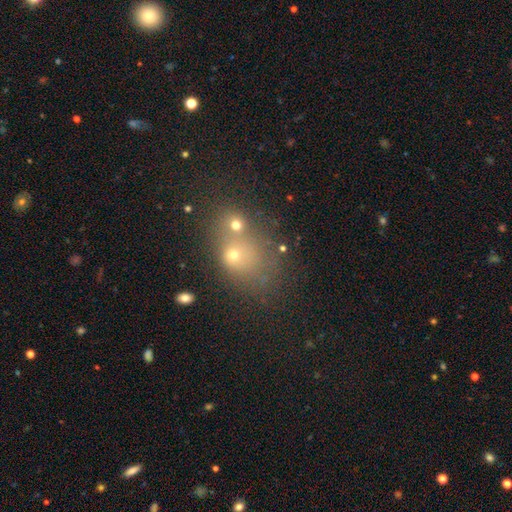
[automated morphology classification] smooth 52%, star or artifact 31%, featured or disk 17%. Down the decision tree: how rounded — round (57%); merging — none (43%).